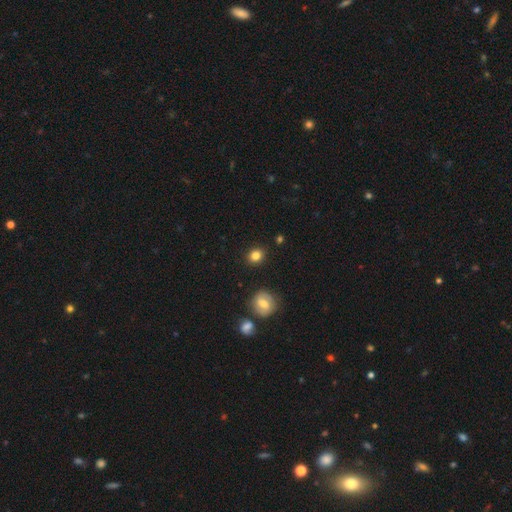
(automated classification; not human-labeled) Overall: smooth (83%). How rounded: round (73%). Merging: none (89%).